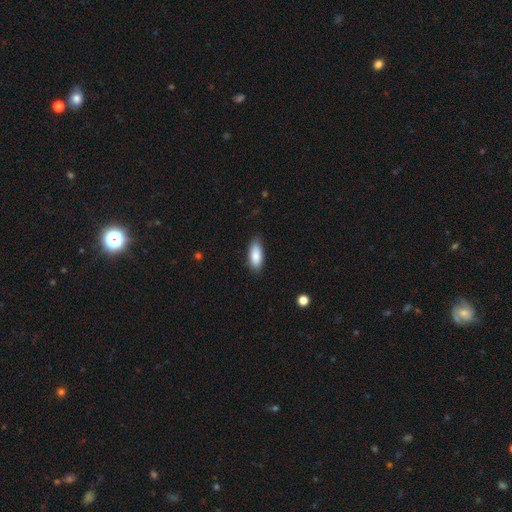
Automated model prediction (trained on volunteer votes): Smooth or featured?
  - smooth: 86% *
  - featured or disk: 8%
  - star or artifact: 6%
How rounded?
  - in between: 82% *
  - cigar-shaped: 16%
  - round: 2%
Merging?
  - none: 82% *
  - minor disturbance: 14%
  - major disturbance: 2%
  - merger: 1%